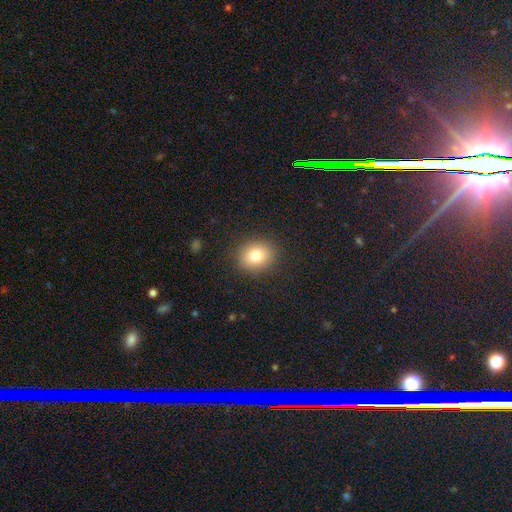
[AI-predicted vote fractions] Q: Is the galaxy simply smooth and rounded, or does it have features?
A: smooth — 80%.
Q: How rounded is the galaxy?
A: round — 59%.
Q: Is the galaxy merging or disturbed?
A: none — 88%.